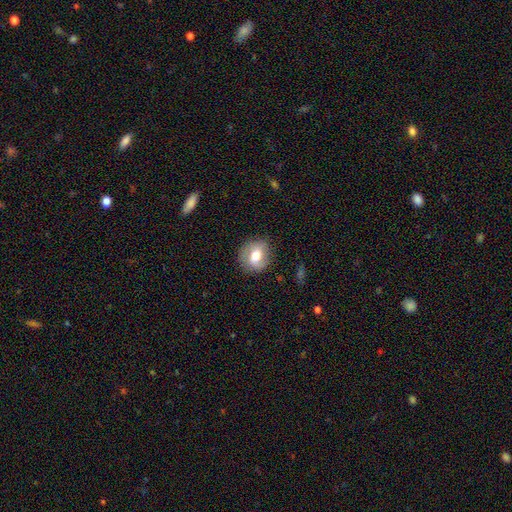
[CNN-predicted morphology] This appears to be a smooth galaxy with no disk features (61%) that is round (68%). Merging: none (79%).